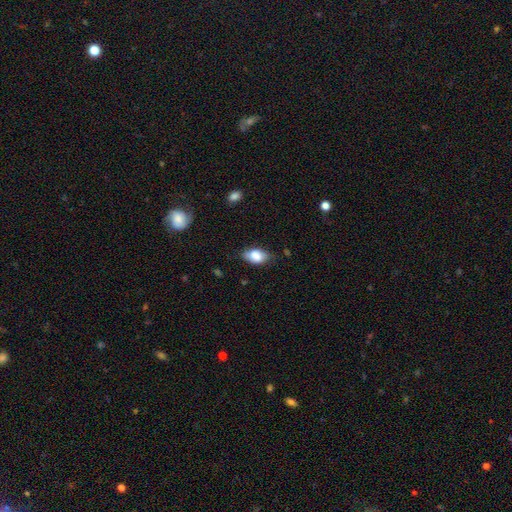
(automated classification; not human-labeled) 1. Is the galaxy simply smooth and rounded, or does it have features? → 79% smooth, 13% featured or disk, 7% star or artifact.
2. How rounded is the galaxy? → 90% in between, 7% round, 3% cigar-shaped.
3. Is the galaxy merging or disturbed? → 69% none, 24% minor disturbance, 5% major disturbance, 2% merger.